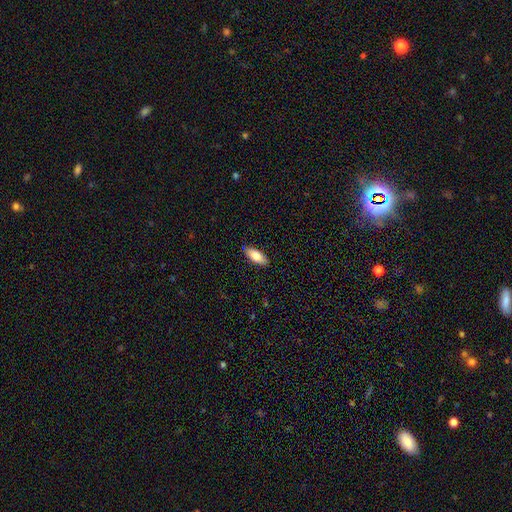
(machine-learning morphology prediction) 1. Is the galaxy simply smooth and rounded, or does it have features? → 83% smooth, 11% featured or disk, 6% star or artifact.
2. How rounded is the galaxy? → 85% in between, 13% cigar-shaped, 2% round.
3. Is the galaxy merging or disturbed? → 87% none, 10% minor disturbance, 2% major disturbance, 1% merger.